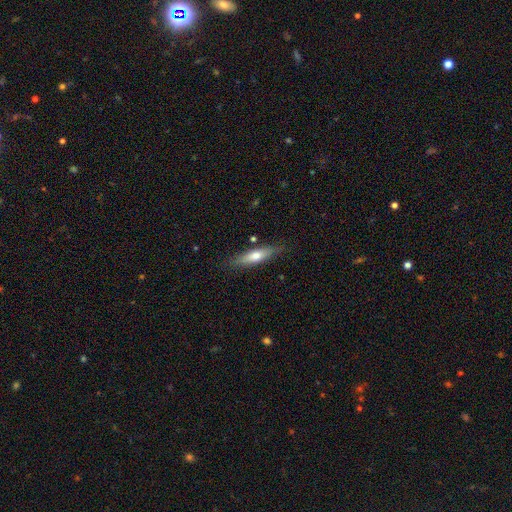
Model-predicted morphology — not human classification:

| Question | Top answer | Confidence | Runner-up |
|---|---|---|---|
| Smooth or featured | smooth | 60% | featured or disk (34%) |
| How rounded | cigar-shaped | 68% | in between (30%) |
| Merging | none | 81% | minor disturbance (13%) |